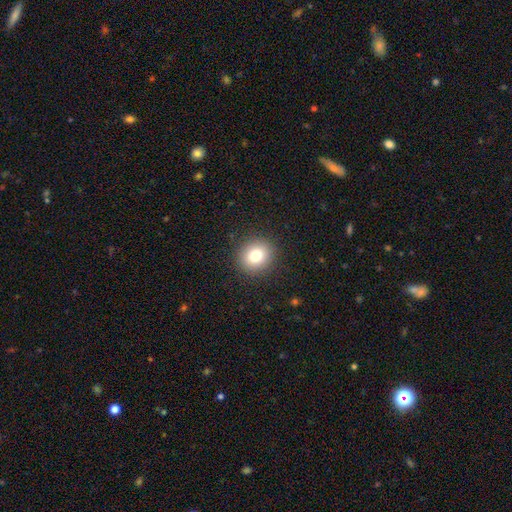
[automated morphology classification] Smooth or featured: smooth — 79% (star or artifact — 12%)
How rounded: round — 85% (in between — 15%)
Merging: none — 91% (minor disturbance — 6%)